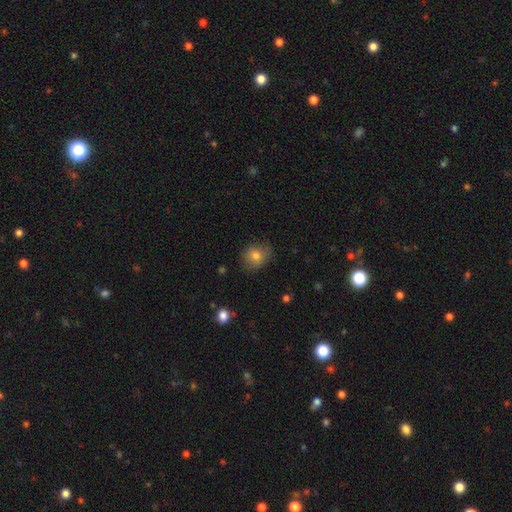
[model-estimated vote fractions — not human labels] Smooth or featured?
  - smooth: 79% *
  - featured or disk: 11%
  - star or artifact: 10%
How rounded?
  - round: 65% *
  - in between: 34%
  - cigar-shaped: 1%
Merging?
  - none: 75% *
  - minor disturbance: 19%
  - major disturbance: 5%
  - merger: 1%